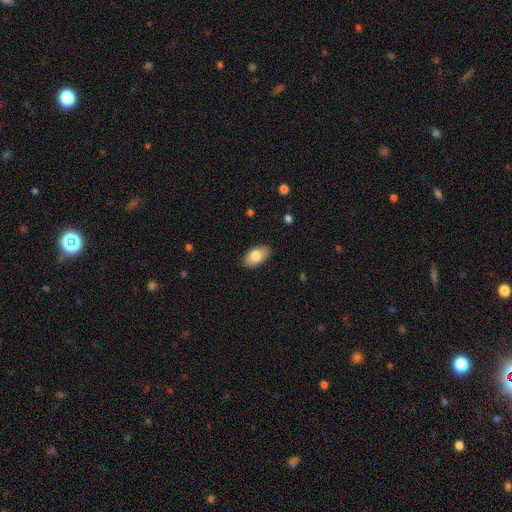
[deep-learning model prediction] Morphology: type=smooth (81%); roundness=in between (94%); merging=none (87%).